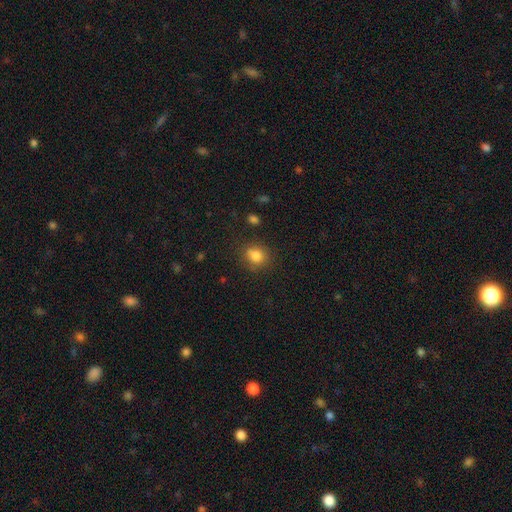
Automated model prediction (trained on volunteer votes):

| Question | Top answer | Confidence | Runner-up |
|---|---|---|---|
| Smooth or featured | smooth | 82% | star or artifact (11%) |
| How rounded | round | 67% | in between (32%) |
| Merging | none | 74% | minor disturbance (17%) |